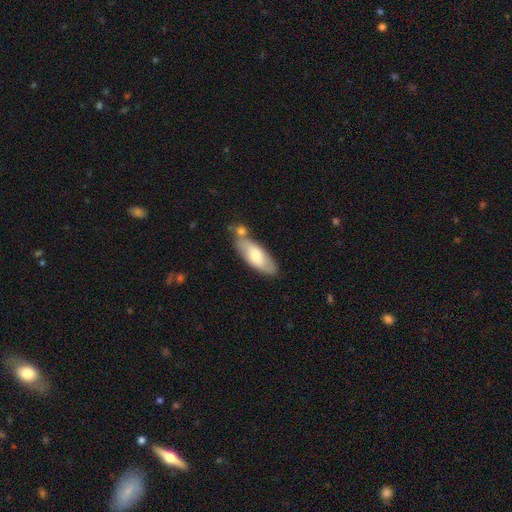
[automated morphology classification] A smooth galaxy with no disk features (66%) that is in between round and cigar-shaped (71%).

Vote fractions:
- Smooth or featured? smooth: 66% / featured or disk: 28% / star or artifact: 5%
- How rounded? in between: 71% / cigar-shaped: 26% / round: 2%
- Merging? none: 60% / merger: 21% / minor disturbance: 16% / major disturbance: 4%